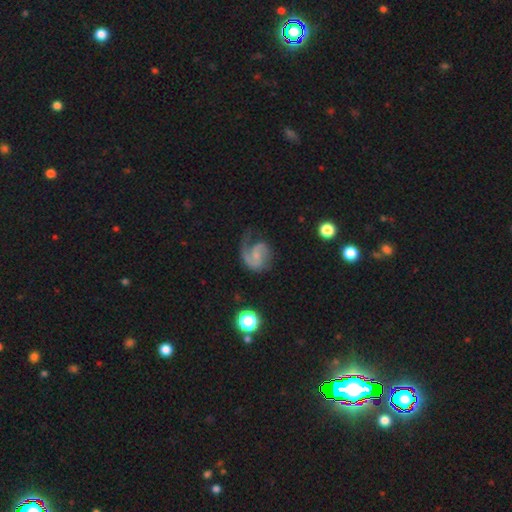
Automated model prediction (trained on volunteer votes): This is clearly a featured or disk galaxy (82%). It is clearly not viewed edge-on (98%). Bar: possibly no (57%). Spiral arm pattern: clearly yes (96%). Spiral arm count: possibly 2 (53%). Spiral winding: possibly medium (48%). Central bulge: possibly small (54%). Merging: possibly none (53%).